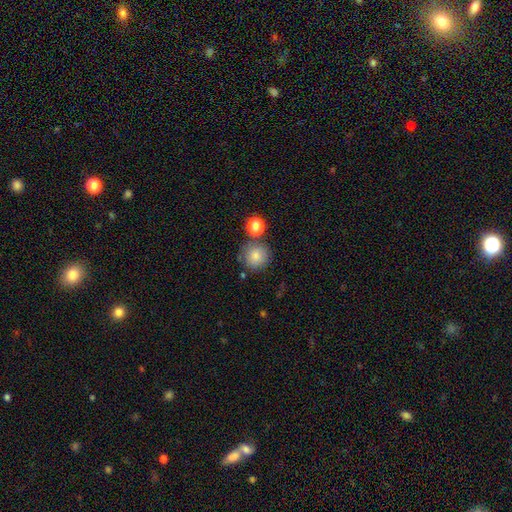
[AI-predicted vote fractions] Smooth or featured: smooth — 82% (star or artifact — 10%)
How rounded: round — 92% (in between — 7%)
Merging: none — 73% (minor disturbance — 12%)